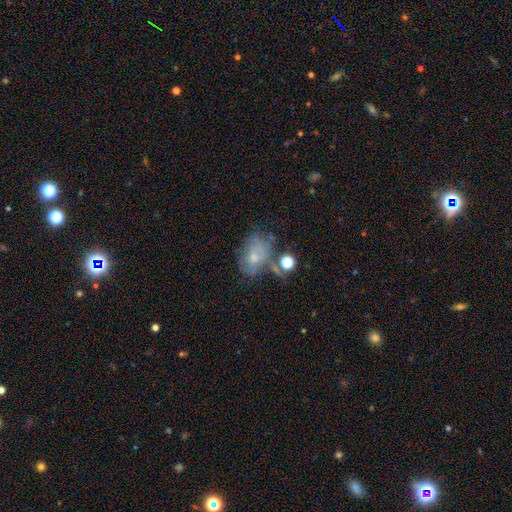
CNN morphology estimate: The model was most divided on "merging": none: 40%, minor disturbance: 26%, major disturbance: 20%, merger: 14%. More confident: how rounded — in between (75%); smooth or featured — smooth (51%).